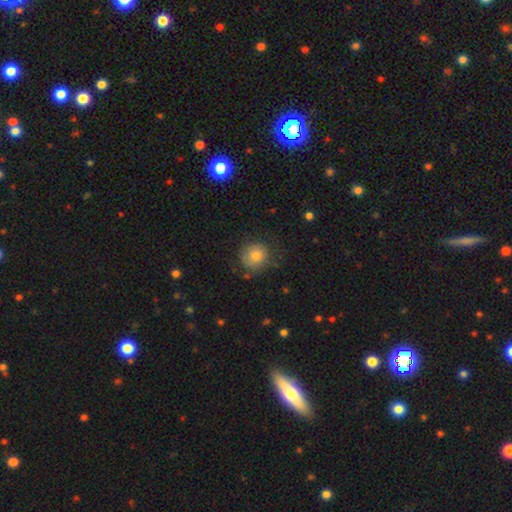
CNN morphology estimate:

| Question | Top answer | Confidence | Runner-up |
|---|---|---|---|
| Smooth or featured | smooth | 81% | featured or disk (11%) |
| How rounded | round | 89% | in between (10%) |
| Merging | none | 72% | minor disturbance (19%) |